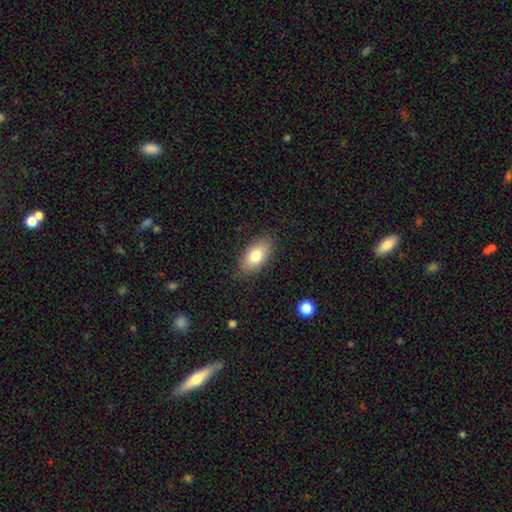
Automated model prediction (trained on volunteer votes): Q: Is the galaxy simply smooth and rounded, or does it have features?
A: smooth — 79%.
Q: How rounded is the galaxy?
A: in between — 91%.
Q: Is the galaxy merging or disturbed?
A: none — 84%.